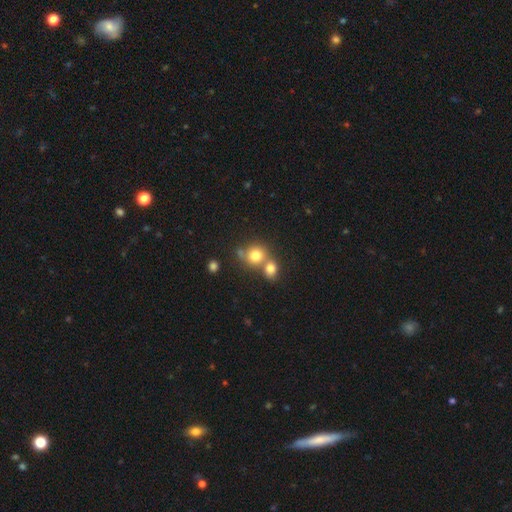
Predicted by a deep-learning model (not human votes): Smooth or featured: smooth — 77% (star or artifact — 12%)
How rounded: round — 81% (in between — 19%)
Merging: merger — 48% (none — 41%)